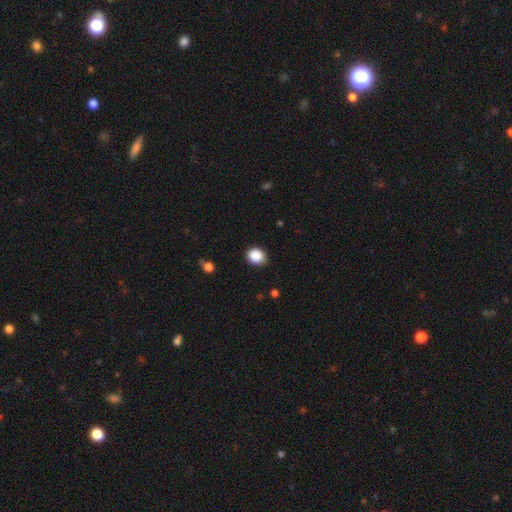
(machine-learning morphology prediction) This is clearly a smooth galaxy (88%). How rounded: likely round (66%). Merging: clearly none (86%).